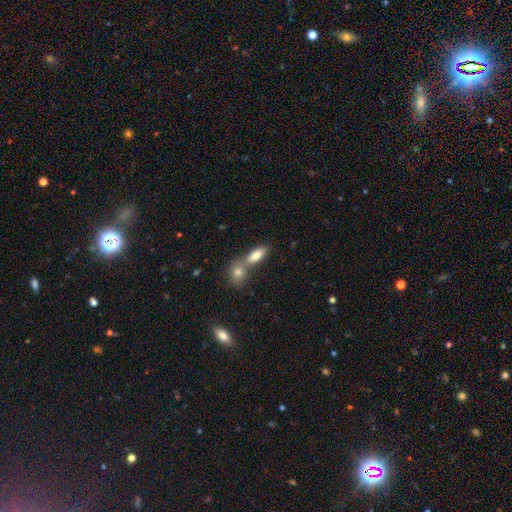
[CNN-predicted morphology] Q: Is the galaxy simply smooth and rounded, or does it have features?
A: smooth — 81%.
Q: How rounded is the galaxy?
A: in between — 77%.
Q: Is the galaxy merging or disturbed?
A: merger — 52%.